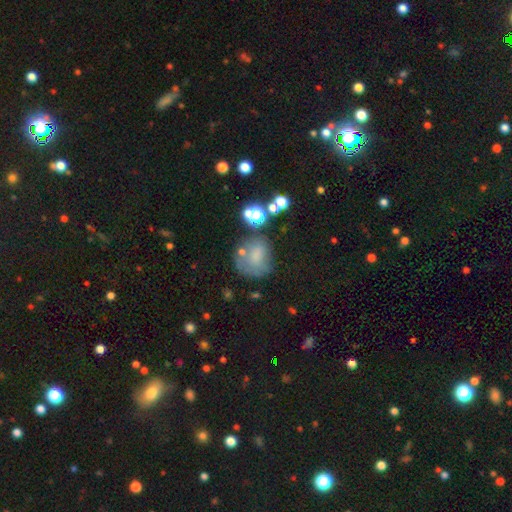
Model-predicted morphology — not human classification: Overall: smooth (61%; featured or disk 21%). How rounded: round (65%; in between 34%). Merging: none (47%; minor disturbance 24%).